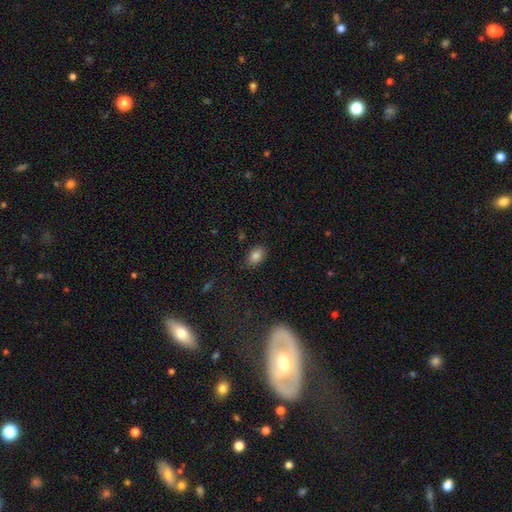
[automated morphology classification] Smooth or featured?
  - smooth: 82% *
  - star or artifact: 10%
  - featured or disk: 8%
How rounded?
  - in between: 85% *
  - round: 14%
  - cigar-shaped: 1%
Merging?
  - none: 84% *
  - minor disturbance: 12%
  - major disturbance: 3%
  - merger: 1%